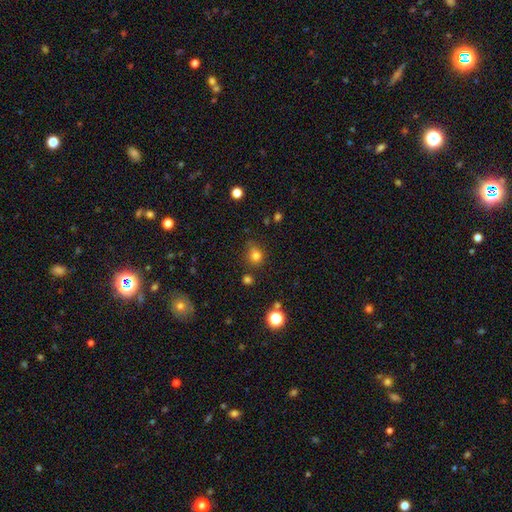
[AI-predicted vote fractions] Overall: smooth (77%). How rounded: round (80%). Merging: none (69%).